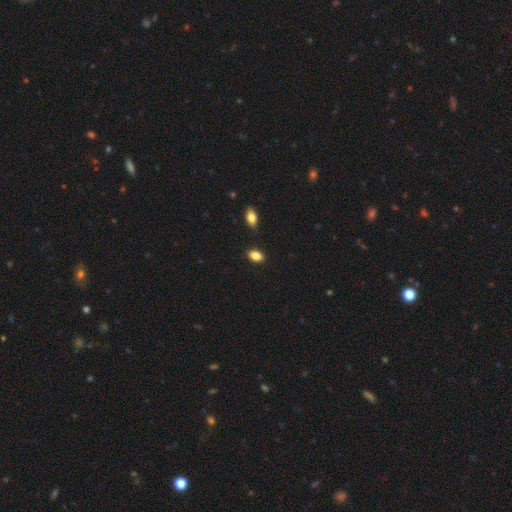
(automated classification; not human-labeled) Smooth or featured? Predicted: smooth (p=0.85). How rounded? Predicted: in between (p=0.85). Merging? Predicted: none (p=0.86).